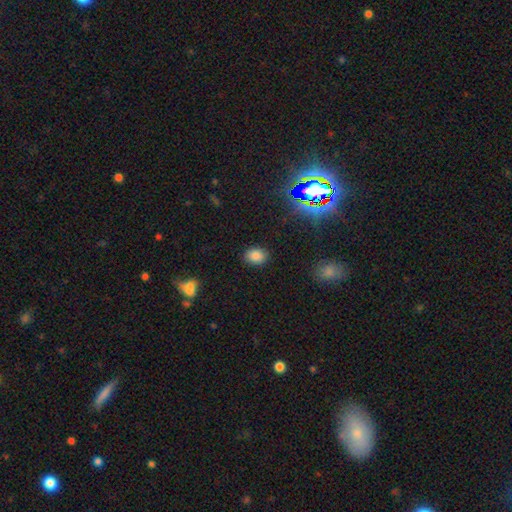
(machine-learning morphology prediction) Smooth or featured: smooth — 81% (star or artifact — 13%)
How rounded: in between — 62% (round — 37%)
Merging: none — 87% (minor disturbance — 9%)